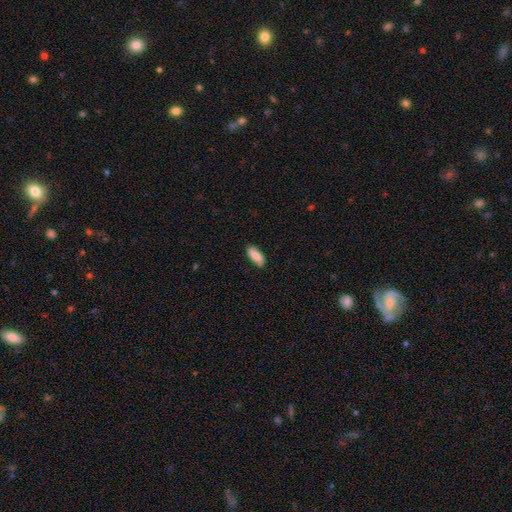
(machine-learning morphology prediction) A smooth galaxy with no disk features (86%) that is in between round and cigar-shaped (83%).

Vote fractions:
- Smooth or featured? smooth: 86% / featured or disk: 8% / star or artifact: 6%
- How rounded? in between: 83% / cigar-shaped: 15% / round: 2%
- Merging? none: 84% / minor disturbance: 13% / major disturbance: 2% / merger: 1%